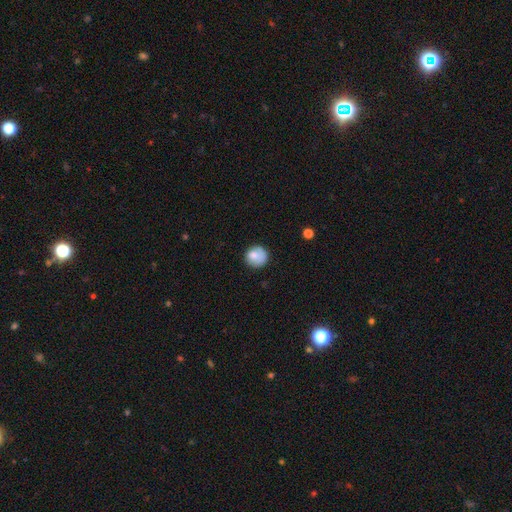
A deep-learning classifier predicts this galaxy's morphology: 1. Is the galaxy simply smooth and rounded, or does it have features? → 79% smooth, 13% featured or disk, 8% star or artifact.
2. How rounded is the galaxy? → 90% round, 9% in between, 1% cigar-shaped.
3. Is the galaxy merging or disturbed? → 73% none, 18% minor disturbance, 6% major disturbance, 3% merger.